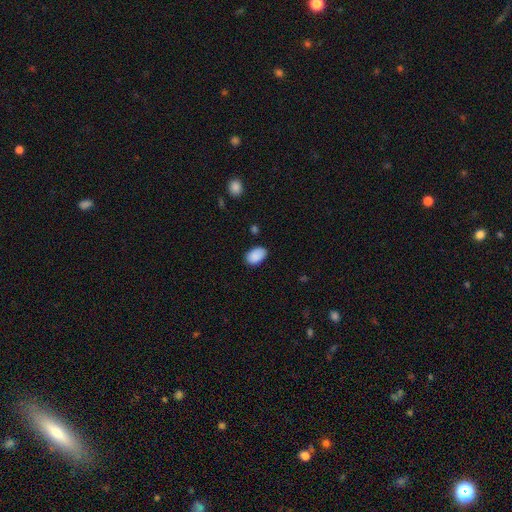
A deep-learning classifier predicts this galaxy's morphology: This is clearly a smooth galaxy (89%). How rounded: clearly in between (90%). Merging: clearly none (80%).